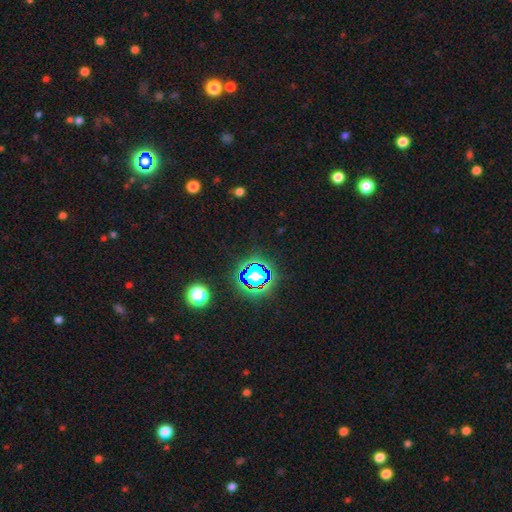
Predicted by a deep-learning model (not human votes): Morphology: type=star or artifact (78%).